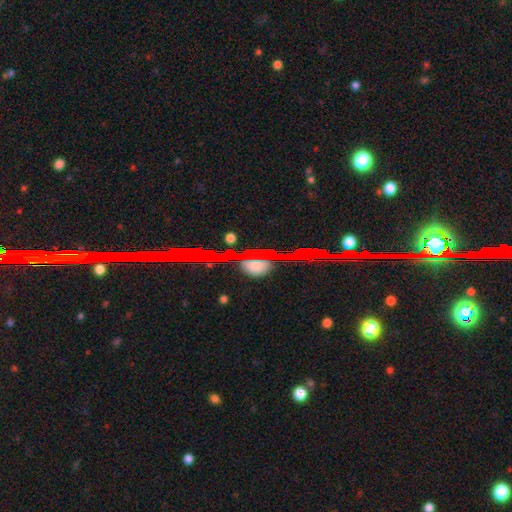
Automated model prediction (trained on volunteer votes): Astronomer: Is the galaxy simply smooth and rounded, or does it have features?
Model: star or artifact — 80%.